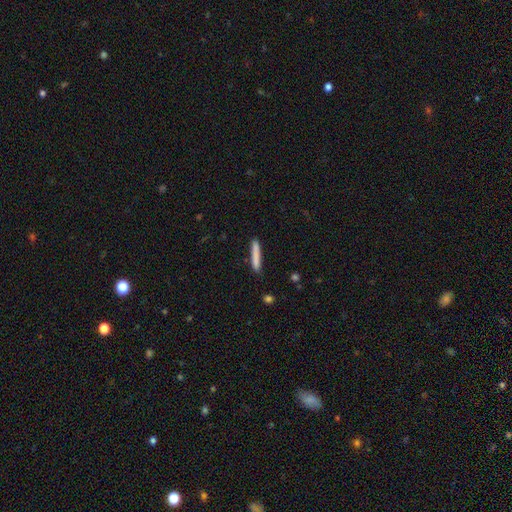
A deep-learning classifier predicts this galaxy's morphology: Smooth or featured: smooth — 82% (featured or disk — 12%)
How rounded: cigar-shaped — 95% (in between — 4%)
Merging: none — 89% (minor disturbance — 9%)